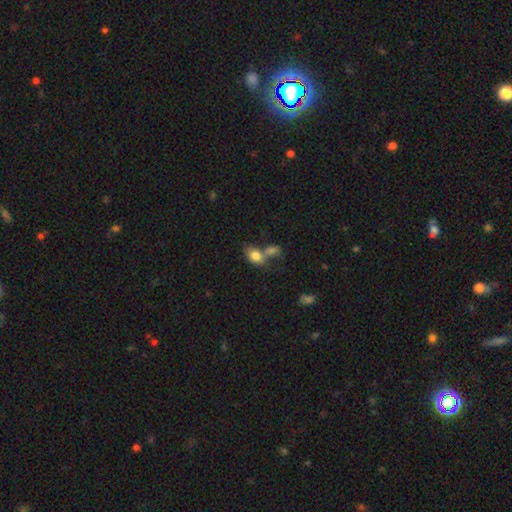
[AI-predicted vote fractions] Morphology: type=smooth (79%); roundness=in between (78%); merging=merger (54%).